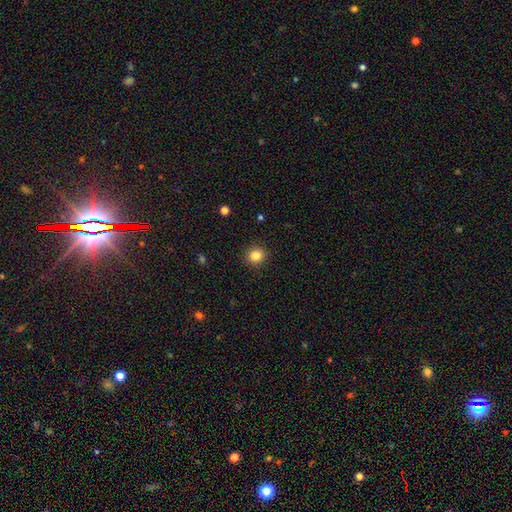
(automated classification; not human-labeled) Smooth or featured: smooth — 84% (star or artifact — 11%)
How rounded: round — 84% (in between — 15%)
Merging: none — 91% (minor disturbance — 6%)